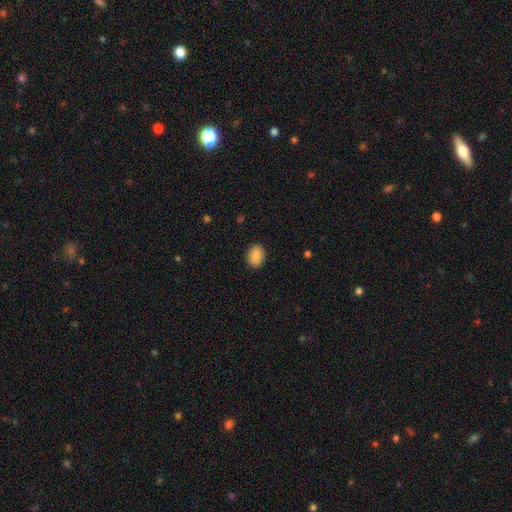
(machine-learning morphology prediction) smooth 88%, star or artifact 7%, featured or disk 4%. Down the decision tree: how rounded — in between (71%); merging — none (89%).